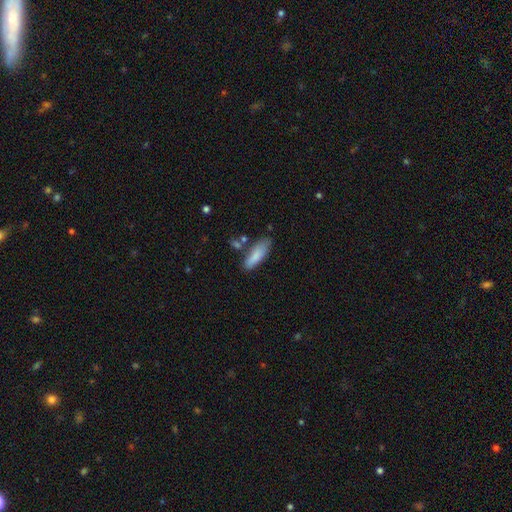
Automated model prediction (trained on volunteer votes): A smooth galaxy with no disk features (84%) that is in between round and cigar-shaped (52%). Merging: none (66%).